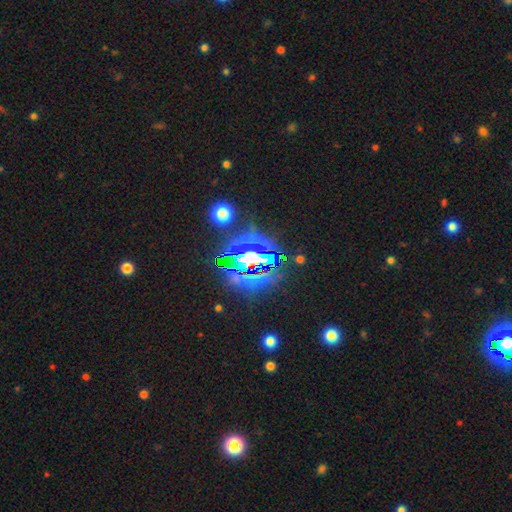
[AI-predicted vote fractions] A star or artifact, not a galaxy (75%).

Vote fractions:
- Smooth or featured? star or artifact: 75% / smooth: 15% / featured or disk: 11%